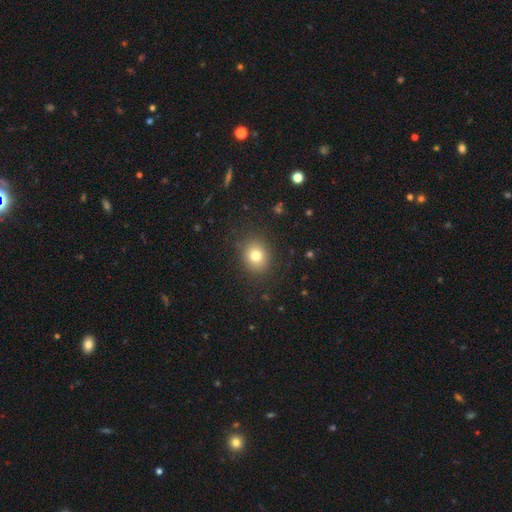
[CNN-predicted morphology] A smooth galaxy with no disk features (79%) that is round (66%). Merging: none (87%).